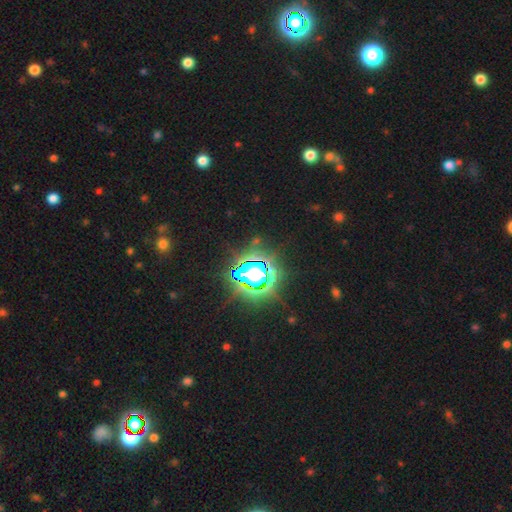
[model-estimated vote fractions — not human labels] smooth-or-featured: star or artifact: 81% | smooth: 12% | featured or disk: 7%